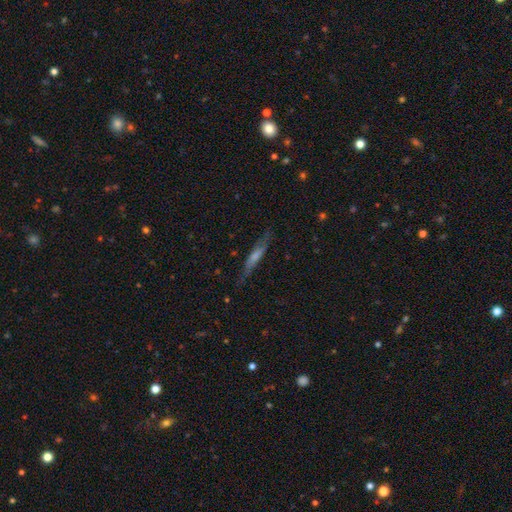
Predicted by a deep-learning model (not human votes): Smooth or featured? Predicted: featured or disk (p=0.53). Edge-on disk? Predicted: yes (p=0.83). Merging? Predicted: none (p=0.76).